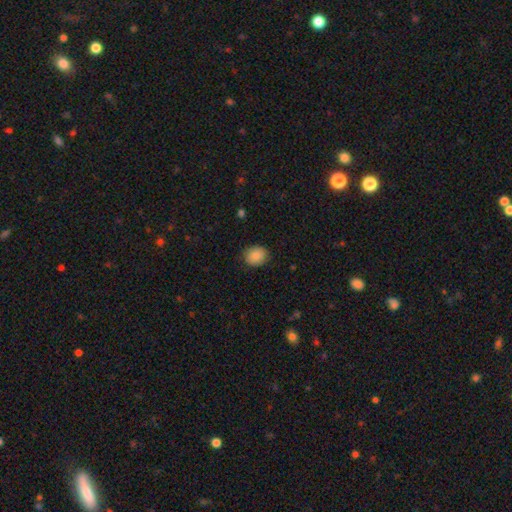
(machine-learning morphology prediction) Q: Smooth or featured?
A: smooth (88%); runner-up: star or artifact (8%)
Q: How rounded?
A: round (60%); runner-up: in between (39%)
Q: Merging?
A: none (84%); runner-up: minor disturbance (12%)